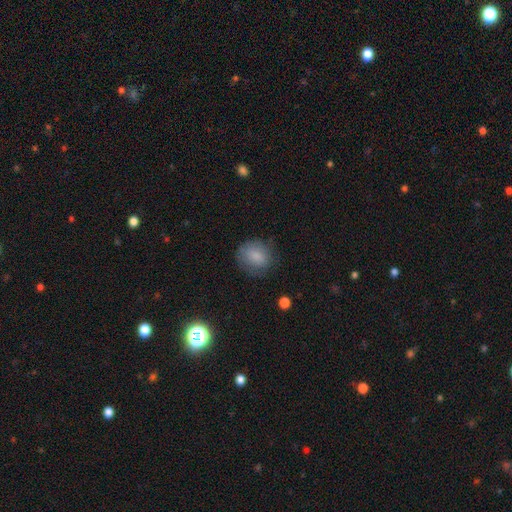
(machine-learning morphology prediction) type=smooth (82%); roundness=round (70%); merging=none (72%).